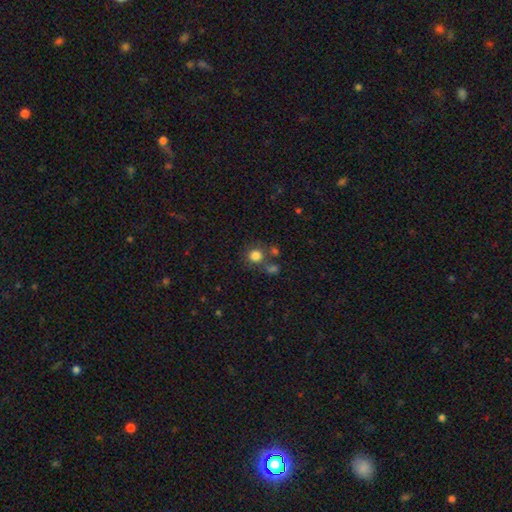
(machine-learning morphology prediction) This is clearly a smooth galaxy (81%). How rounded: clearly round (84%). Merging: likely none (66%).